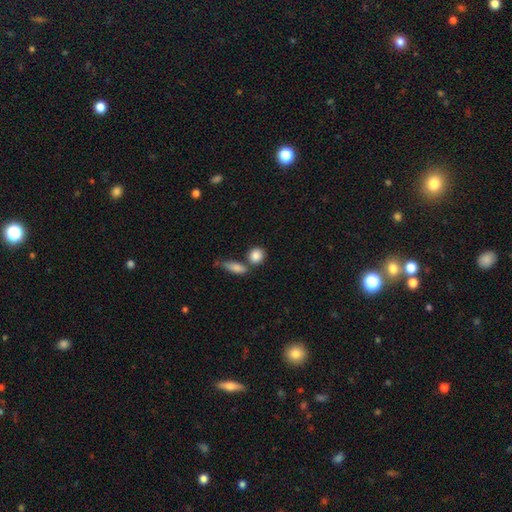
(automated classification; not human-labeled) Morphology: type=smooth (86%); roundness=round (72%); merging=none (60%).